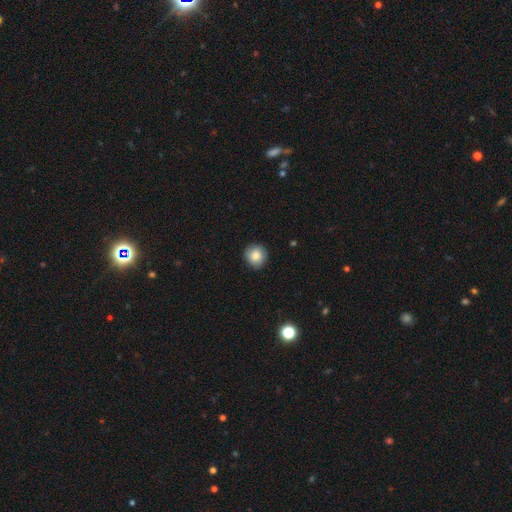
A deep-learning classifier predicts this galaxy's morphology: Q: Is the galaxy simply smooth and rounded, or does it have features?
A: smooth — 83%.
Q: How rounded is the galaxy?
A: round — 92%.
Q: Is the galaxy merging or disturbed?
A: none — 89%.